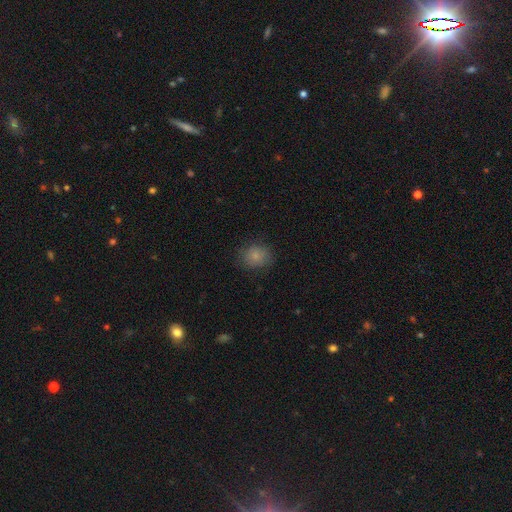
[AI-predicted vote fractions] Overall: smooth (82%). How rounded: round (64%; in between 35%). Merging: none (79%).